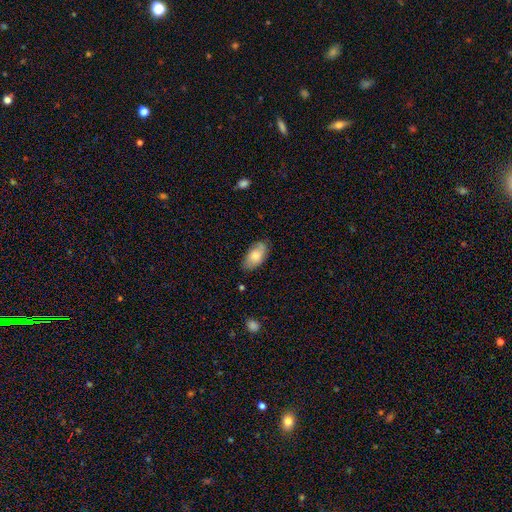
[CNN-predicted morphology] smooth-or-featured: smooth: 73% | featured or disk: 20% | star or artifact: 7%
  how-rounded: in between: 93% | round: 3% | cigar-shaped: 3%
  merging: none: 71% | minor disturbance: 22% | major disturbance: 4% | merger: 2%